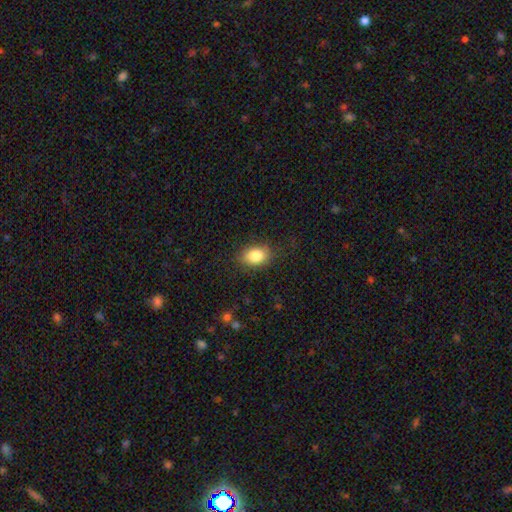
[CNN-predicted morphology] A smooth galaxy with no disk features (83%) that is in between round and cigar-shaped (76%).

Vote fractions:
- Smooth or featured? smooth: 83% / star or artifact: 9% / featured or disk: 8%
- How rounded? in between: 76% / round: 23% / cigar-shaped: 1%
- Merging? none: 82% / minor disturbance: 13% / major disturbance: 4% / merger: 1%